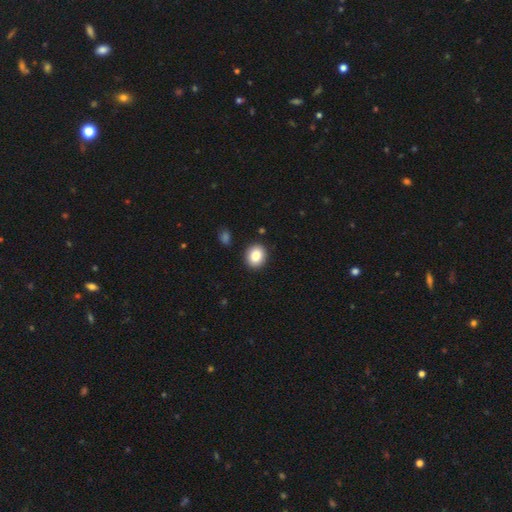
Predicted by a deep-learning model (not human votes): This appears to be a smooth galaxy with no disk features (86%) that is round (58%). Merging: none (90%).